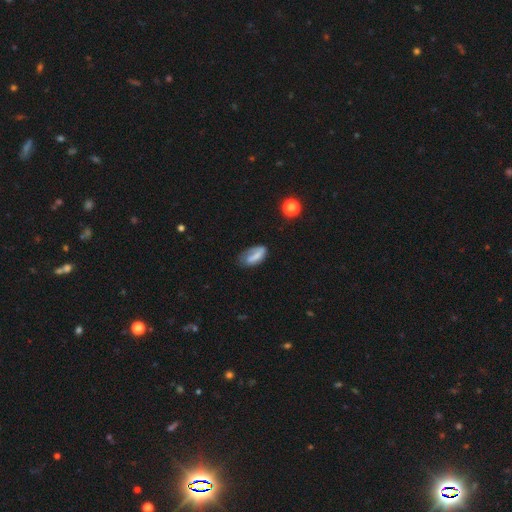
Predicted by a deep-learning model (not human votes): The model was most divided on "merging": none: 49%, minor disturbance: 30%, major disturbance: 17%, merger: 4%. More confident: how rounded — in between (83%); smooth or featured — smooth (60%).